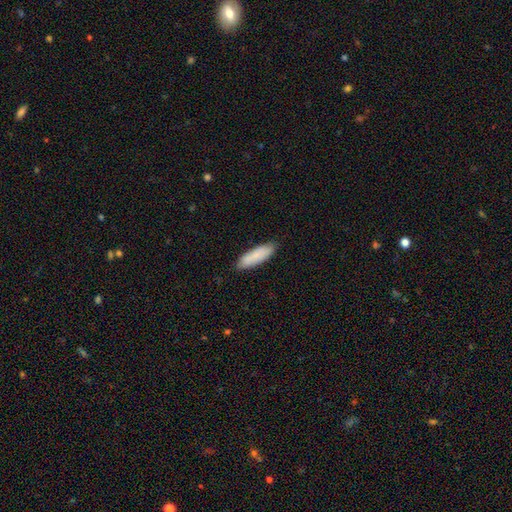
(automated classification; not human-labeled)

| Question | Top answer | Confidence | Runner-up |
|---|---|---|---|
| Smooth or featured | smooth | 85% | featured or disk (9%) |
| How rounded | cigar-shaped | 53% | in between (46%) |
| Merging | none | 85% | minor disturbance (12%) |